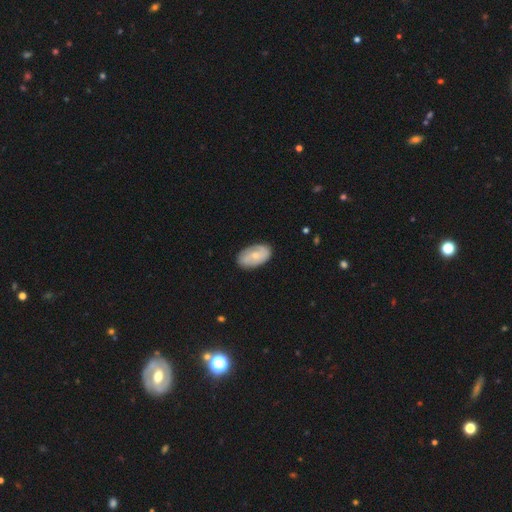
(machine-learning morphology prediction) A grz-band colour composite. It shows a smooth galaxy with no disk features (54%) that is in between round and cigar-shaped (92%). Merging: none (81%).